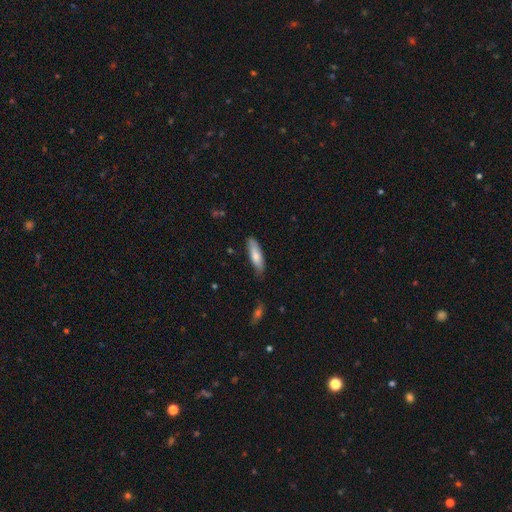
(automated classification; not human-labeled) This appears to be a smooth galaxy with no disk features (76%) that is cigar-shaped (59%). Merging: none (76%).